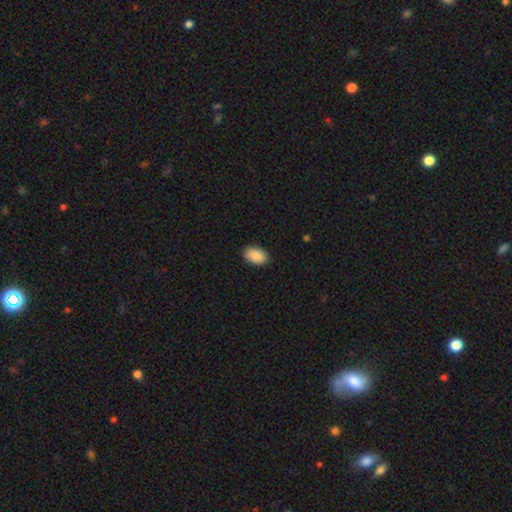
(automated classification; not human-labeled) Smooth or featured? Predicted: smooth (p=0.90). How rounded? Predicted: in between (p=0.91). Merging? Predicted: none (p=0.89).